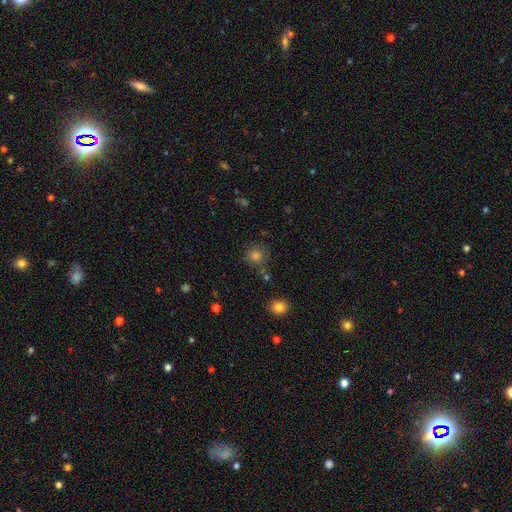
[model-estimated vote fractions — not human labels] Smooth or featured: smooth — 79% (star or artifact — 15%)
How rounded: round — 91% (in between — 8%)
Merging: none — 80% (minor disturbance — 11%)